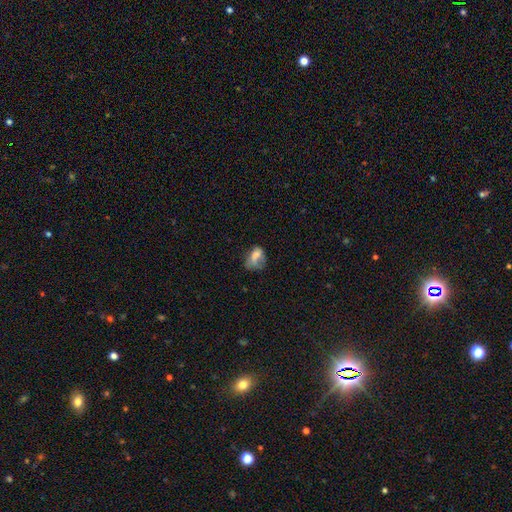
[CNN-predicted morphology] This is likely a smooth galaxy (63%). How rounded: likely in between (77%). Merging: marginally major disturbance (36%).